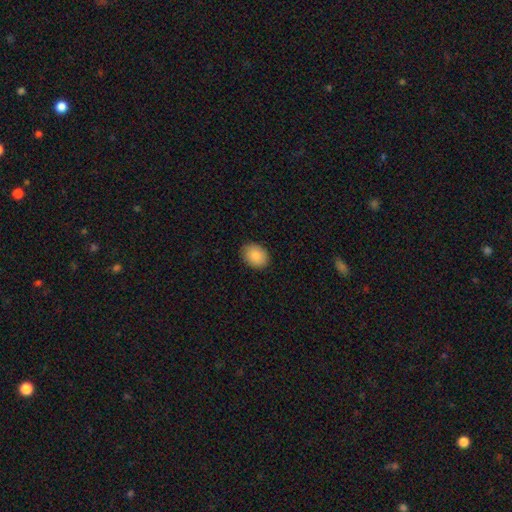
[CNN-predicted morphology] smooth 88%, star or artifact 7%, featured or disk 5%. Down the decision tree: how rounded — in between (62%); merging — none (88%).